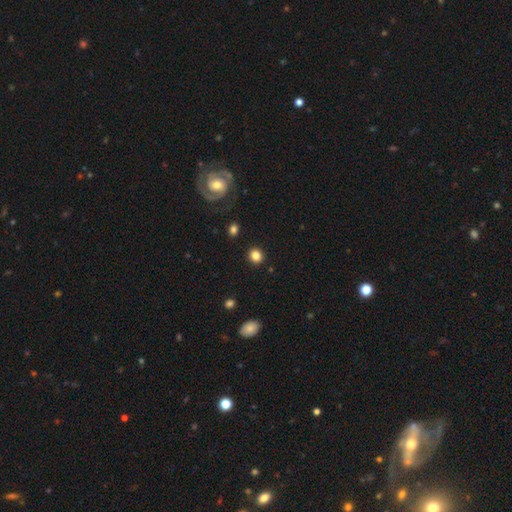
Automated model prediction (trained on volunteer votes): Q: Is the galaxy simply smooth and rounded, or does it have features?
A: smooth — 84%.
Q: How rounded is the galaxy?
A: round — 86%.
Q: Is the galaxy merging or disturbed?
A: none — 91%.